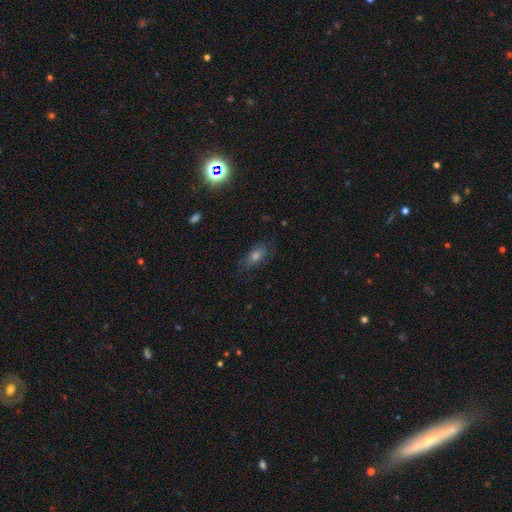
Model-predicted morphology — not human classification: Overall: smooth (50%; featured or disk 26%). Merging: none (76%).